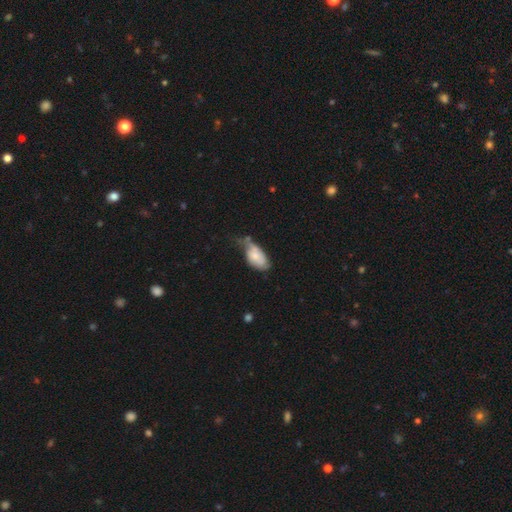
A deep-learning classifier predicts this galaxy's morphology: smooth_or_featured: smooth (p=0.67) [alt: featured or disk p=0.26]
how_rounded: in between (p=0.92) [alt: round p=0.04]
merging: minor disturbance (p=0.42) [alt: none p=0.26]